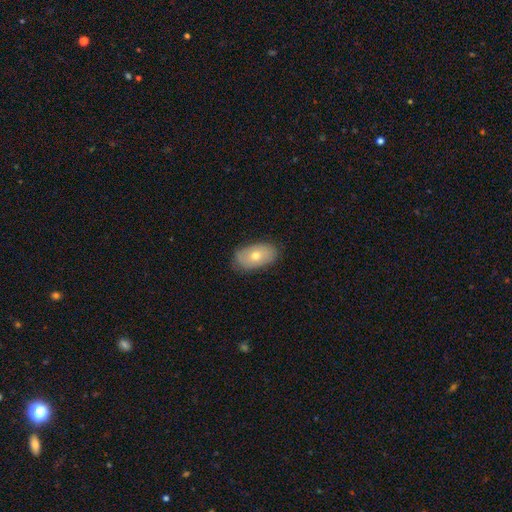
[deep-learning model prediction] A smooth galaxy with no disk features (67%) that is in between round and cigar-shaped (91%).

Vote fractions:
- Smooth or featured? smooth: 67% / featured or disk: 25% / star or artifact: 7%
- How rounded? in between: 91% / round: 8% / cigar-shaped: 2%
- Merging? none: 80% / minor disturbance: 16% / major disturbance: 3% / merger: 1%